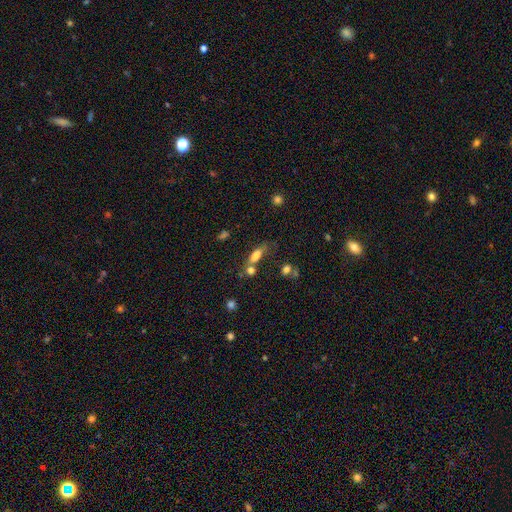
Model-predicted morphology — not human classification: Overall: smooth (75%). How rounded: in between (70%). Merging: none (42%; merger 30%).